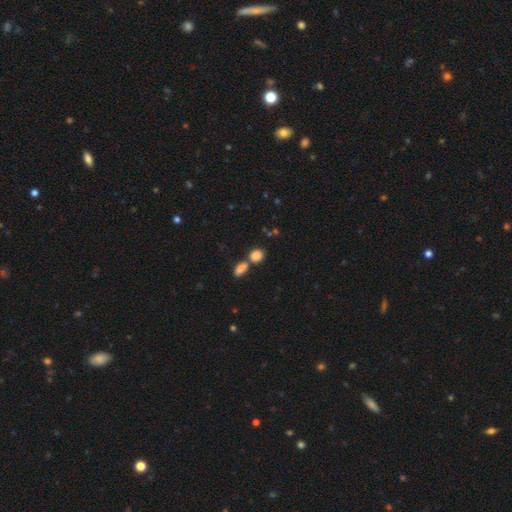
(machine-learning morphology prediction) This is clearly a smooth galaxy (85%). How rounded: possibly round (49%). Merging: marginally none (44%).